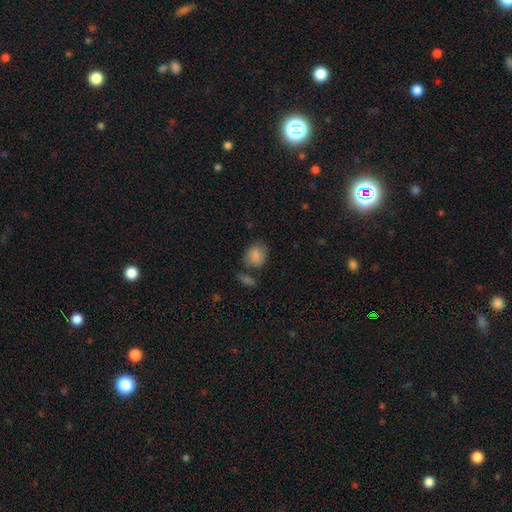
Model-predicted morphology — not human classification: This is clearly a smooth galaxy (85%). How rounded: possibly round (57%). Merging: likely none (62%).